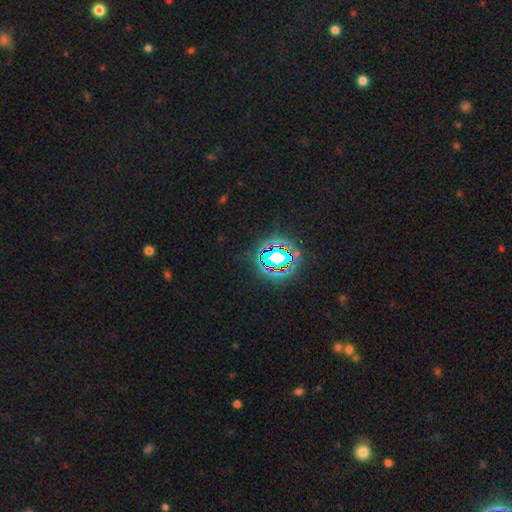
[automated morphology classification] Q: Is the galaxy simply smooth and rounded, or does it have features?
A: star or artifact — 80%.